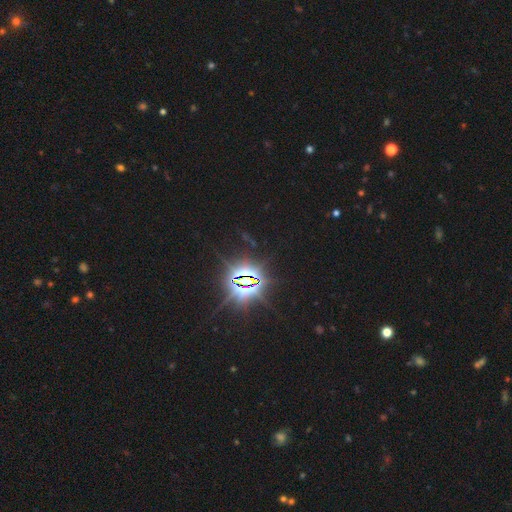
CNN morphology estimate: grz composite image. It shows a star or artifact, not a galaxy (86%).